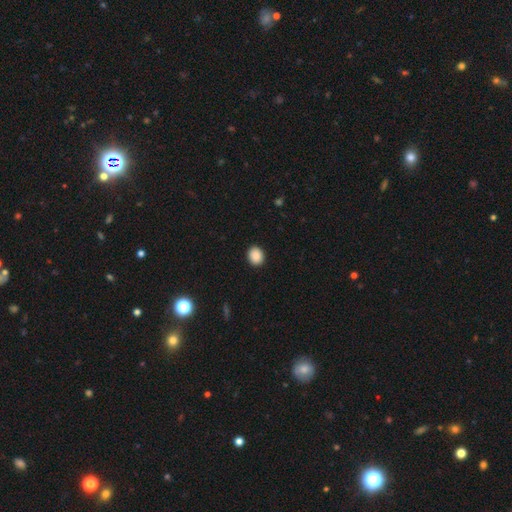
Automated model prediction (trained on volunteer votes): Q: Smooth or featured?
A: smooth (89%); runner-up: star or artifact (9%)
Q: How rounded?
A: round (61%); runner-up: in between (38%)
Q: Merging?
A: none (91%); runner-up: minor disturbance (6%)